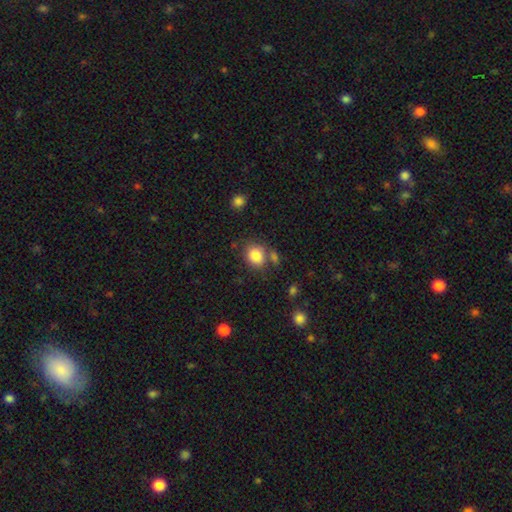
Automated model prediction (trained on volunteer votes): smooth 83%, star or artifact 10%, featured or disk 7%. Down the decision tree: how rounded — round (62%); merging — none (65%).